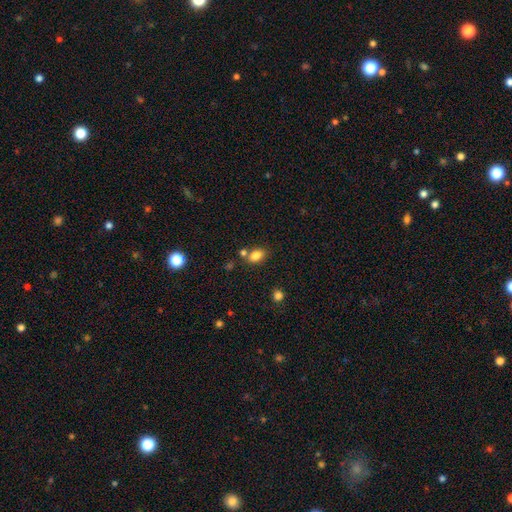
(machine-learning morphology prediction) Smooth or featured? smooth (83%)
How rounded? in between (78%)
Merging? none (66%)